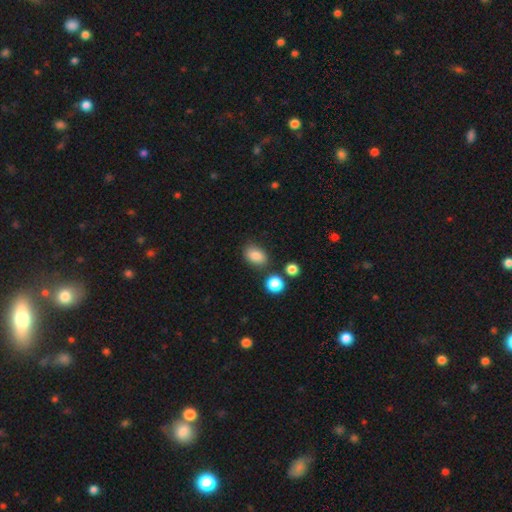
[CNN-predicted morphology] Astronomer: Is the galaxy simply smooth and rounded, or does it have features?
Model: smooth — 84%.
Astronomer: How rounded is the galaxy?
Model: in between — 80%.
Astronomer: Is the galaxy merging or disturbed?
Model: none — 76%.